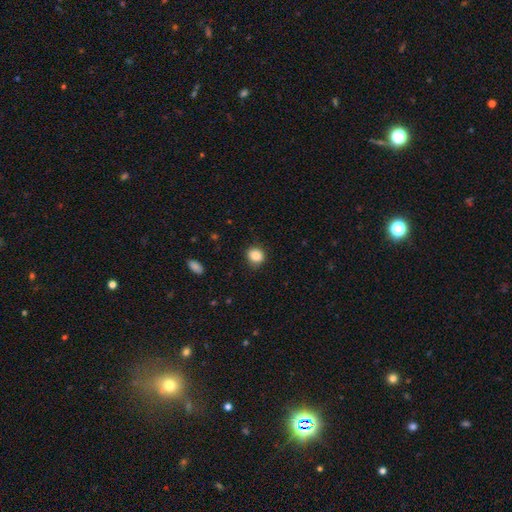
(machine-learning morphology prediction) smooth-or-featured: smooth: 87% | star or artifact: 9% | featured or disk: 3%
  how-rounded: round: 77% | in between: 22% | cigar-shaped: 1%
  merging: none: 84% | minor disturbance: 12% | major disturbance: 3% | merger: 1%